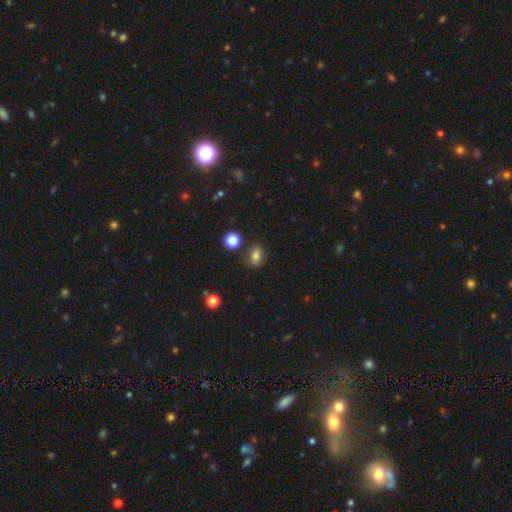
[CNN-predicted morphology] smooth_or_featured: smooth (p=0.76) [alt: star or artifact p=0.13]
how_rounded: in between (p=0.57) [alt: round p=0.41]
merging: none (p=0.76) [alt: minor disturbance p=0.15]